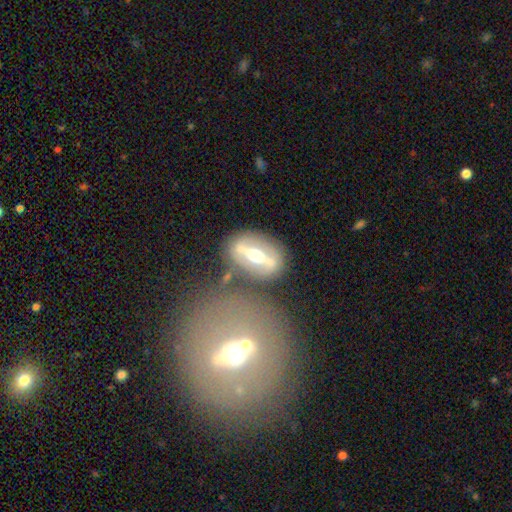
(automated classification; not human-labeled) Morphology: type=featured or disk (74%); edge-on=no (66%); merging=none (72%).